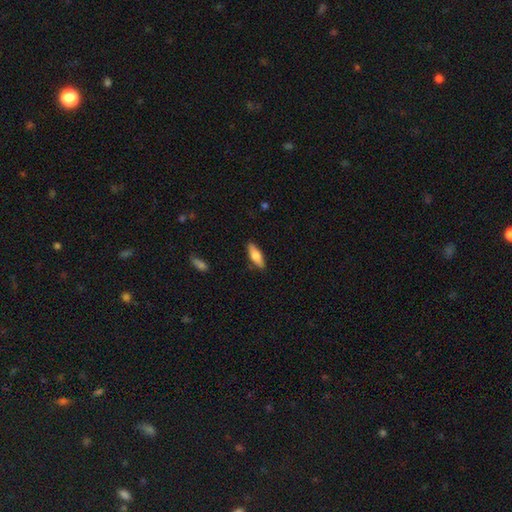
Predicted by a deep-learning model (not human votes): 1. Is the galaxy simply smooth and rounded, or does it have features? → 65% smooth, 30% featured or disk, 6% star or artifact.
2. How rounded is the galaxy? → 50% cigar-shaped, 48% in between, 2% round.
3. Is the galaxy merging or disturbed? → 87% none, 10% minor disturbance, 2% major disturbance, 1% merger.